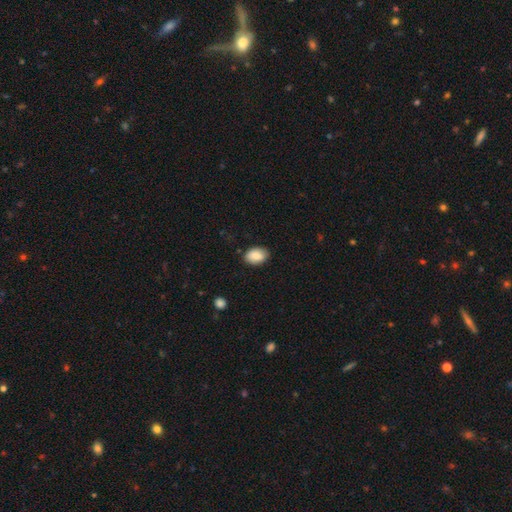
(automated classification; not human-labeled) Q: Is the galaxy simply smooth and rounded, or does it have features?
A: smooth — 87%.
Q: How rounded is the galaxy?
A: in between — 86%.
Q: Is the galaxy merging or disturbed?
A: none — 83%.